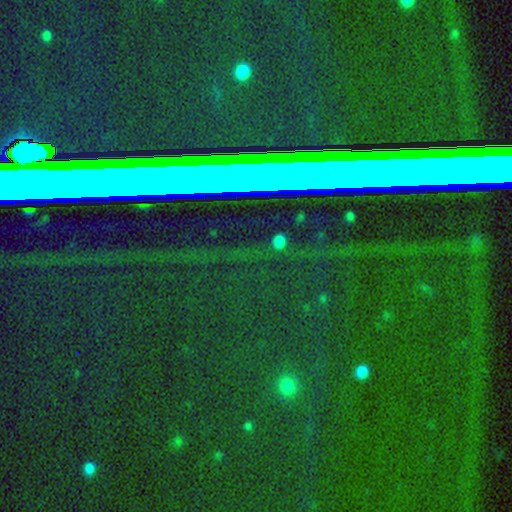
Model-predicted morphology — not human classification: Smooth or featured?
  - star or artifact: 81% *
  - smooth: 10%
  - featured or disk: 9%